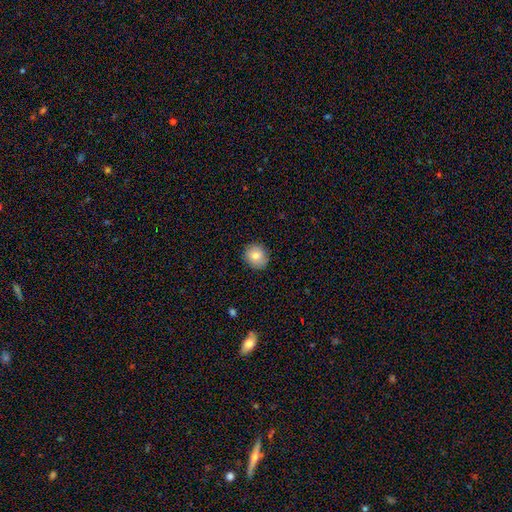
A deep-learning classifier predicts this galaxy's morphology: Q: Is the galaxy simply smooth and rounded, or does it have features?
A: smooth — 80%.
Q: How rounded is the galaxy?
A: round — 78%.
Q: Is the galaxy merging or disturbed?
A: none — 87%.